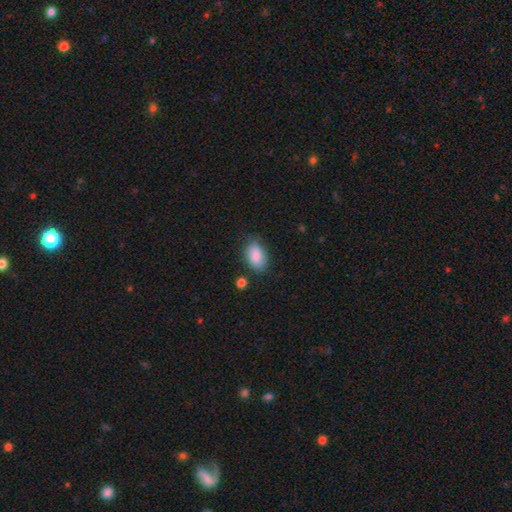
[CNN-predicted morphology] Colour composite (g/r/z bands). It shows a smooth galaxy with no disk features (88%) that is in between round and cigar-shaped (89%). Merging: none (75%).